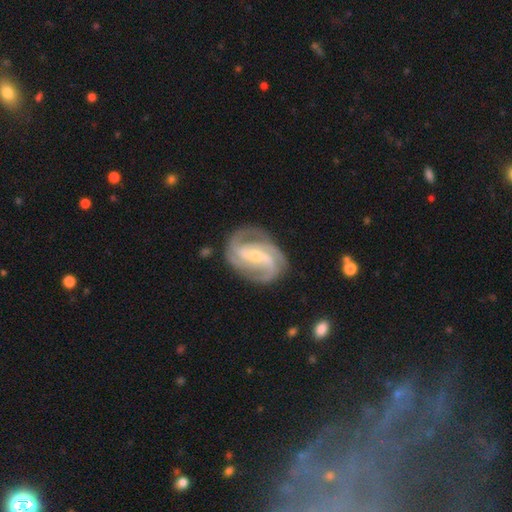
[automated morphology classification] Smooth or featured: featured or disk — 91% (smooth — 5%)
Edge-on disk: no — 98% (yes — 2%)
Bar: weak — 40% (strong — 36%)
Spiral arms: yes — 98% (no — 2%)
Spiral winding: medium — 46% (tight — 43%)
Spiral arm count: 3 — 46% (2 — 24%)
Bulge size: small — 63% (moderate — 34%)
Merging: none — 77% (minor disturbance — 16%)